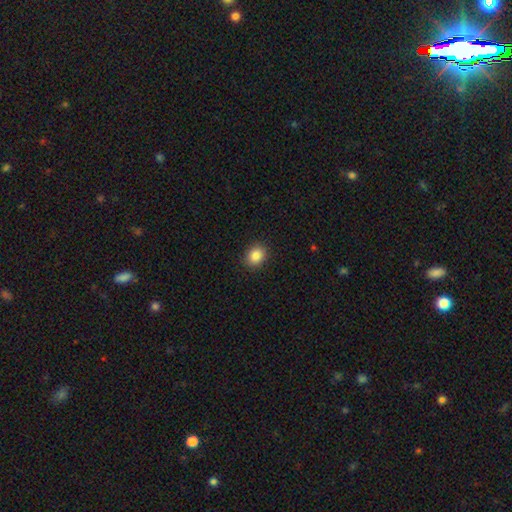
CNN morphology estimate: A smooth galaxy with no disk features (86%) that is round (62%).

Vote fractions:
- Smooth or featured? smooth: 86% / star or artifact: 9% / featured or disk: 5%
- How rounded? round: 62% / in between: 37% / cigar-shaped: 1%
- Merging? none: 90% / minor disturbance: 7% / major disturbance: 2% / merger: 1%